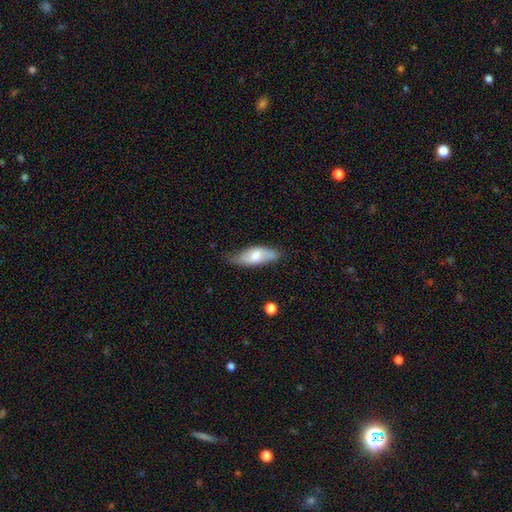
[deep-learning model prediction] Smooth or featured? Predicted: smooth (p=0.64). How rounded? Predicted: in between (p=0.74). Merging? Predicted: none (p=0.64).